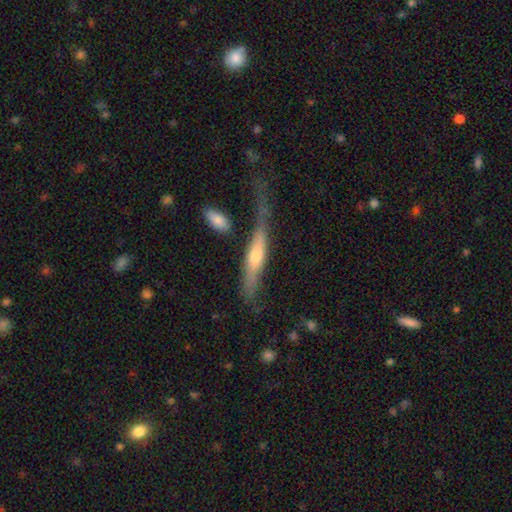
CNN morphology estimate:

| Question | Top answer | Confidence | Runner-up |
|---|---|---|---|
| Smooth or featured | featured or disk | 56% | smooth (38%) |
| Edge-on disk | yes | 86% | no (14%) |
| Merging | none | 43% | minor disturbance (27%) |